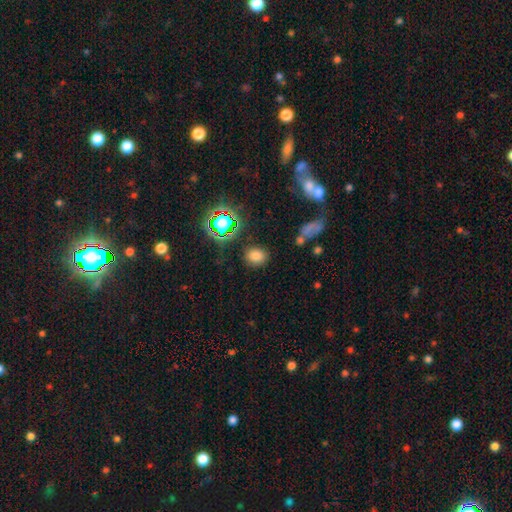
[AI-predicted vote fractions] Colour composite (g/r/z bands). It shows a smooth galaxy with no disk features (75%) that is round (50%). Merging: none (83%).